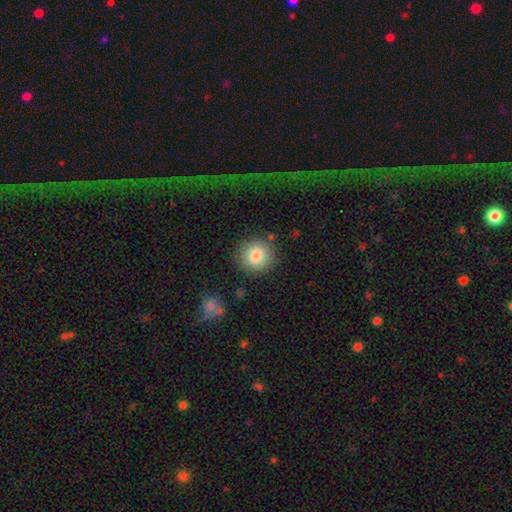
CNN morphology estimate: Smooth or featured? Predicted: smooth (p=0.83). How rounded? Predicted: round (p=0.90). Merging? Predicted: none (p=0.85).